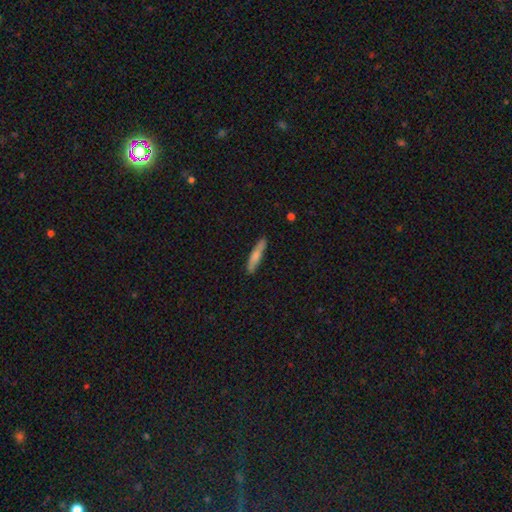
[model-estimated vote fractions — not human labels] Q: Smooth or featured?
A: smooth (75%); runner-up: featured or disk (20%)
Q: How rounded?
A: cigar-shaped (88%); runner-up: in between (11%)
Q: Merging?
A: none (86%); runner-up: minor disturbance (11%)